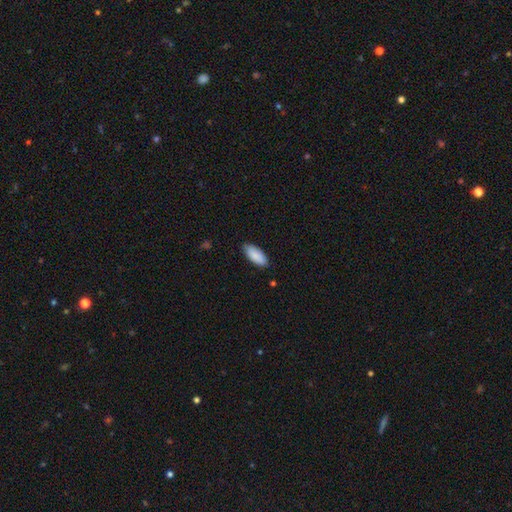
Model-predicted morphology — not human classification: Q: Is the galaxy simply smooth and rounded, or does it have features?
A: smooth — 89%.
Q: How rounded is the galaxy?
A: in between — 87%.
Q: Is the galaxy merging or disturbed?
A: none — 85%.